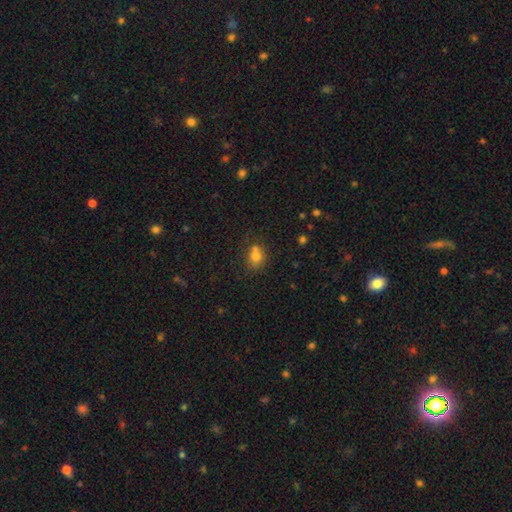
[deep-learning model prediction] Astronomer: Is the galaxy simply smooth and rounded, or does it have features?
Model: smooth — 75%.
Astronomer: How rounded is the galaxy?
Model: round — 66%.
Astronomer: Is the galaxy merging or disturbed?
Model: none — 49% (runner-up: merger, 33%).